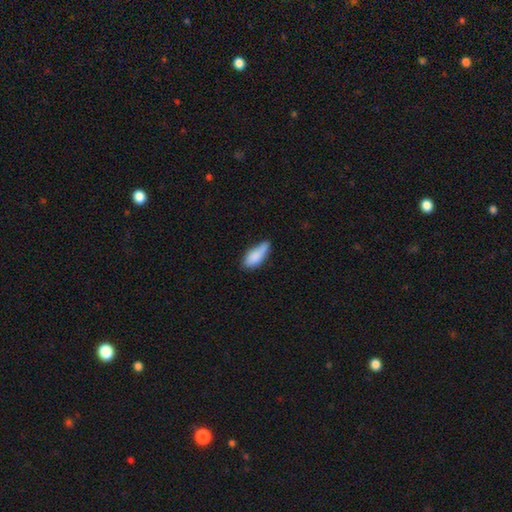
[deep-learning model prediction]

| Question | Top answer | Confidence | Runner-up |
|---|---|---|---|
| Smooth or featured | smooth | 84% | featured or disk (9%) |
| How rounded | in between | 71% | cigar-shaped (27%) |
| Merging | none | 51% | minor disturbance (36%) |